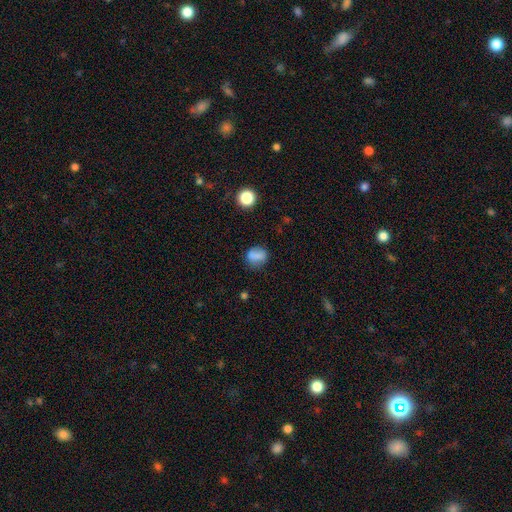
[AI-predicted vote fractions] Smooth or featured? Predicted: smooth (p=0.75). How rounded? Predicted: round (p=0.59). Merging? Predicted: none (p=0.70).